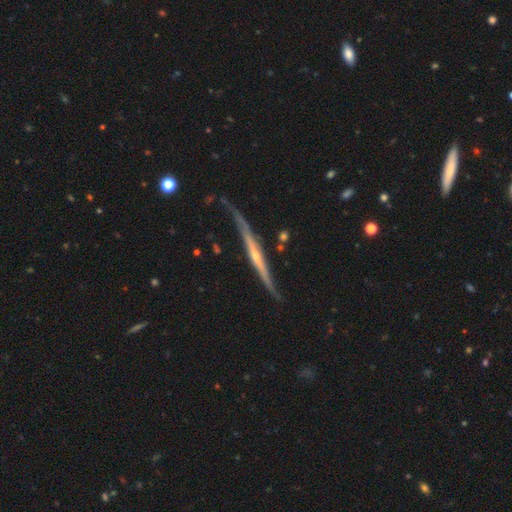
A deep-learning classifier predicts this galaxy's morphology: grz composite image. It shows a featured or disk galaxy (82%) viewed edge-on (95%) with a rounded central bulge (66%). Merging: none (66%).